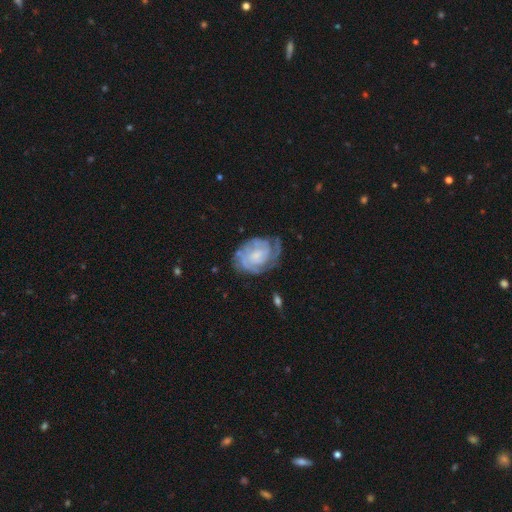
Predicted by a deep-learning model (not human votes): Morphology: type=featured or disk (82%); edge-on=no (97%); bar=no (65%); spiral arms=yes (94%); winding=tight (67%); arm count=can't tell (35%); bulge=small (48%); merging=none (63%).